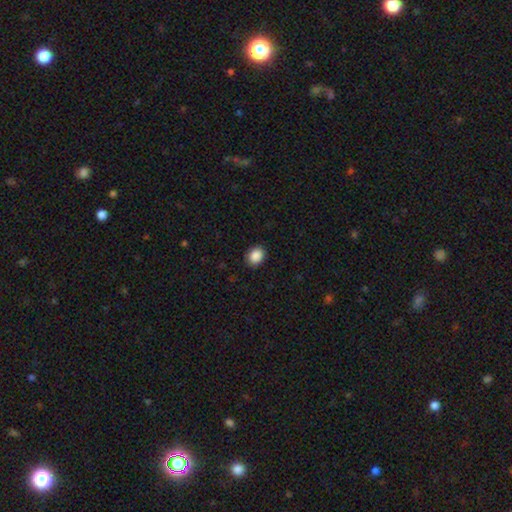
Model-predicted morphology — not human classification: smooth 89%, star or artifact 8%, featured or disk 3%. Down the decision tree: how rounded — round (53%); merging — none (89%).